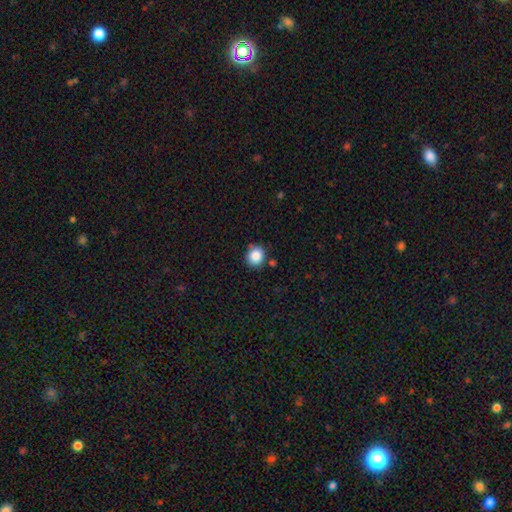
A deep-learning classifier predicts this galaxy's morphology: Smooth or featured? smooth (86%)
How rounded? round (85%)
Merging? none (83%)